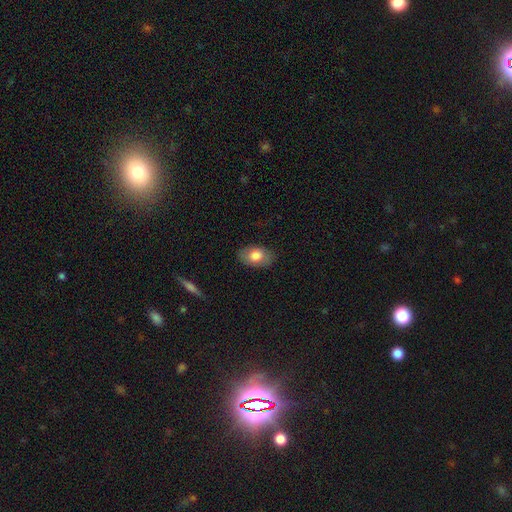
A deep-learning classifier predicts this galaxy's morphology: smooth_or_featured: smooth (p=0.77) [alt: featured or disk p=0.17]
how_rounded: in between (p=0.89) [alt: round p=0.09]
merging: none (p=0.82) [alt: minor disturbance p=0.13]